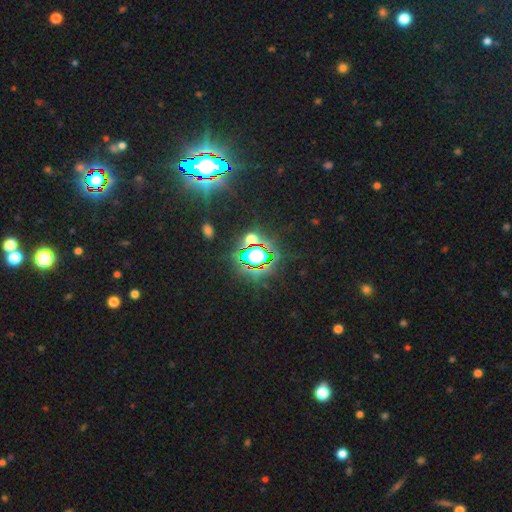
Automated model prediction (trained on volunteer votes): Smooth or featured: star or artifact — 73% (smooth — 17%)